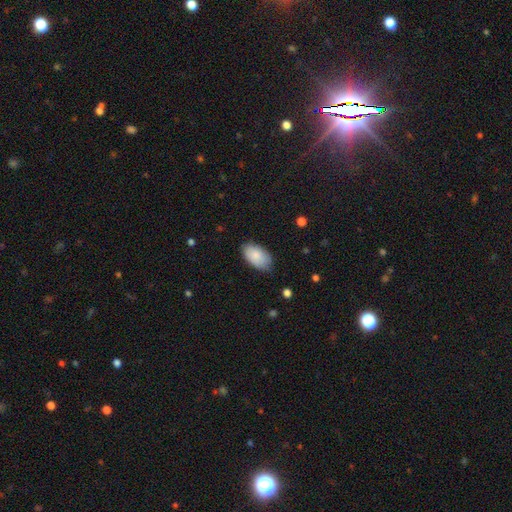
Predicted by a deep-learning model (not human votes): Smooth or featured? Predicted: smooth (p=0.86). How rounded? Predicted: in between (p=0.95). Merging? Predicted: none (p=0.76).